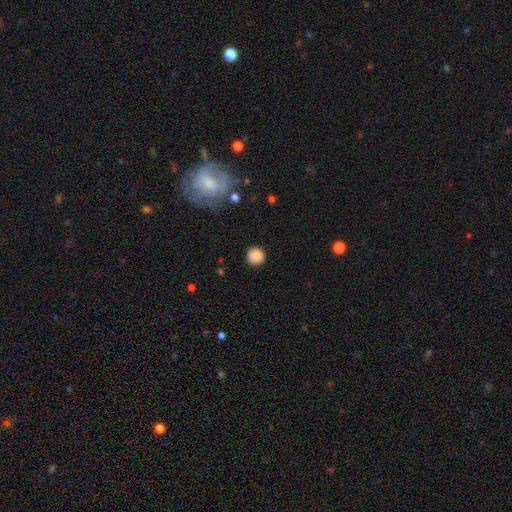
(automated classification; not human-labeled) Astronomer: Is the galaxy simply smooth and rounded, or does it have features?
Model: smooth — 88%.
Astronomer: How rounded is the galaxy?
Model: round — 94%.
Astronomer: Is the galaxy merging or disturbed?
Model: none — 90%.